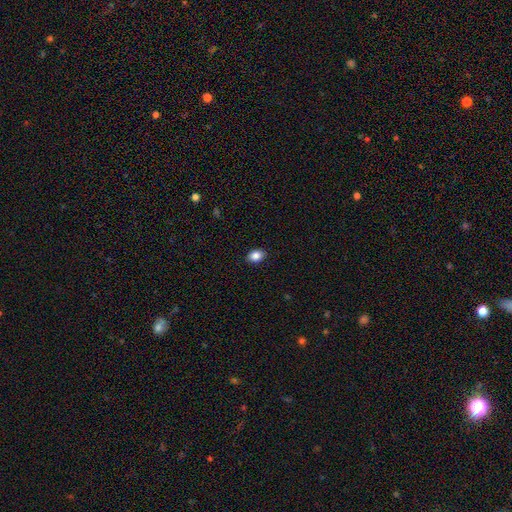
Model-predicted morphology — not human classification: Smooth or featured: smooth — 85% (star or artifact — 9%)
How rounded: in between — 72% (round — 26%)
Merging: none — 89% (minor disturbance — 8%)